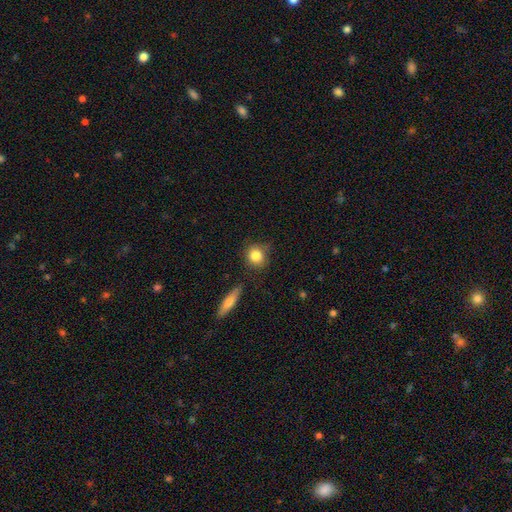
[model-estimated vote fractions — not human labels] The model was most divided on "merging": none: 79%, minor disturbance: 14%, merger: 4%, major disturbance: 3%. More confident: smooth or featured — smooth (84%); how rounded — round (82%).